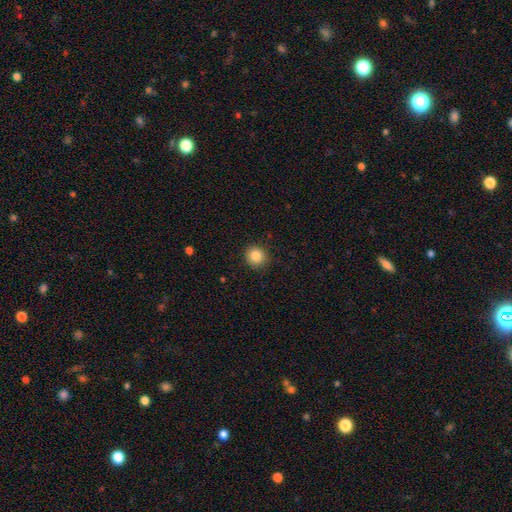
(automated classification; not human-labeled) Smooth or featured? Predicted: smooth (p=0.86). How rounded? Predicted: round (p=0.90). Merging? Predicted: none (p=0.90).